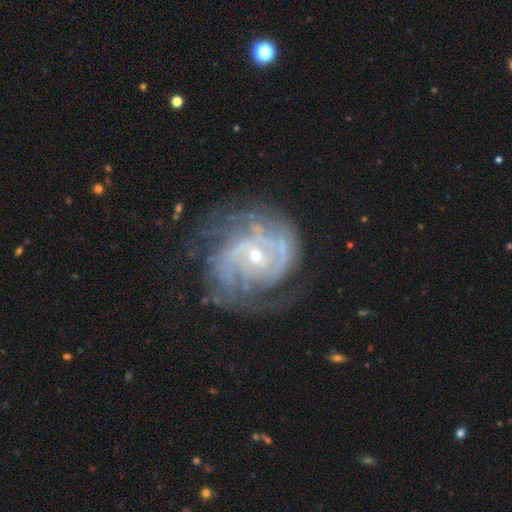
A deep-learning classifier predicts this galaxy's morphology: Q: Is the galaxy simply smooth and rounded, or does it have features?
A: featured or disk — 86%.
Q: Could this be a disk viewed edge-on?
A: no — 97%.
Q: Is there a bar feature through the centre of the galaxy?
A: no — 71%.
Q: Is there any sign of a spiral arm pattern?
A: yes — 92%.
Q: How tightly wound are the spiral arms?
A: tight — 59%.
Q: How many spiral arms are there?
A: can't tell — 35%.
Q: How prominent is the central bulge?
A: small — 67%.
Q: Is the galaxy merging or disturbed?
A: none — 58%.